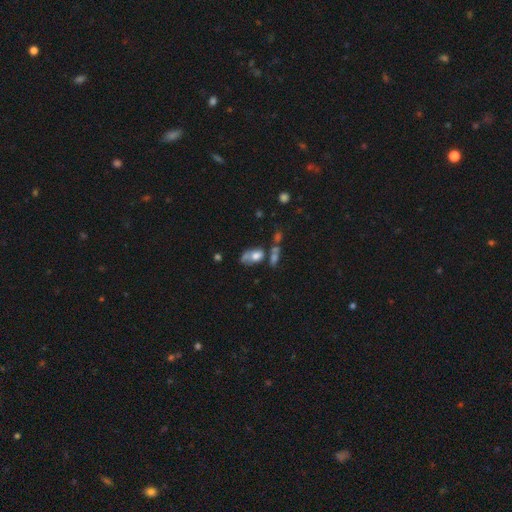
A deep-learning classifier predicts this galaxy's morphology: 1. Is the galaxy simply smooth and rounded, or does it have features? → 63% smooth, 26% featured or disk, 11% star or artifact.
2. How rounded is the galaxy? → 80% in between, 16% round, 4% cigar-shaped.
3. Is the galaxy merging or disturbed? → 35% merger, 25% none, 21% major disturbance, 19% minor disturbance.